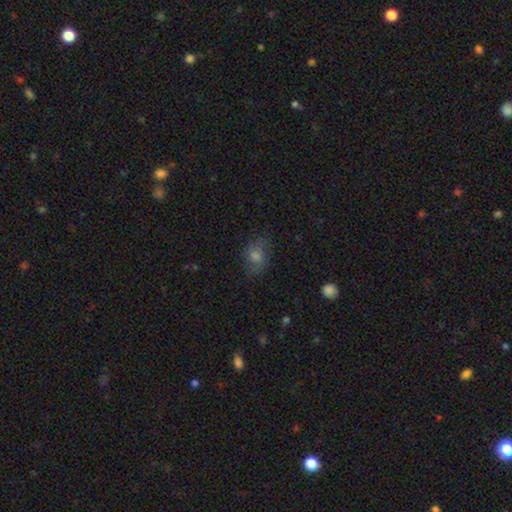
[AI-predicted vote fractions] smooth_or_featured: smooth (p=0.59) [alt: star or artifact p=0.20]
how_rounded: in between (p=0.56) [alt: round p=0.43]
merging: none (p=0.73) [alt: minor disturbance p=0.18]